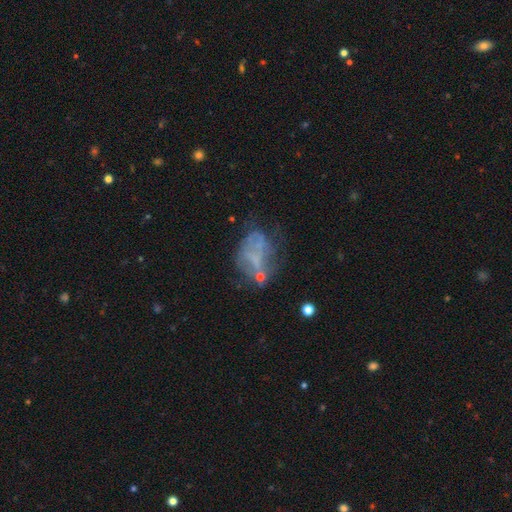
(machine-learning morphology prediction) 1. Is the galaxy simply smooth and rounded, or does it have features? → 55% featured or disk, 27% smooth, 17% star or artifact.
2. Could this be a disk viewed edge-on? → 97% no, 3% yes.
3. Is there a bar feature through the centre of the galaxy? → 81% no, 14% weak, 5% strong.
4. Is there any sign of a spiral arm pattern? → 82% no, 18% yes.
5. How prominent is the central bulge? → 73% none, 16% small, 8% moderate, 2% large, 1% dominant.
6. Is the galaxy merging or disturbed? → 38% none, 30% major disturbance, 22% minor disturbance, 10% merger.